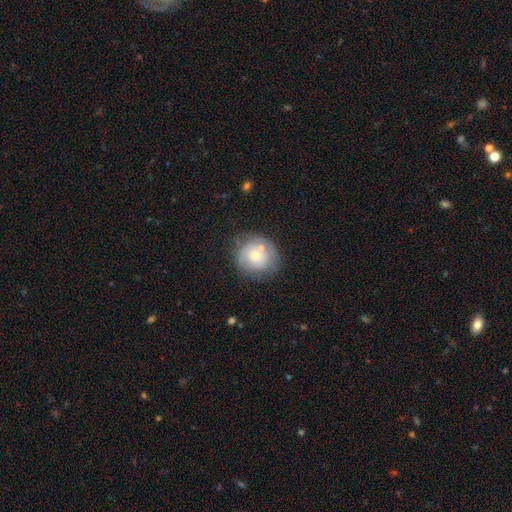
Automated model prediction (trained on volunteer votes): The model was most divided on "smooth or featured": smooth: 47%, featured or disk: 46%, star or artifact: 8%. More confident: merging — none (63%).